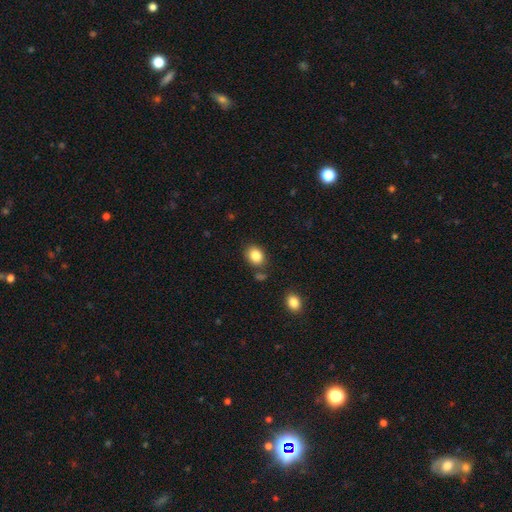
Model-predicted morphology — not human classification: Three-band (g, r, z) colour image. It shows a smooth galaxy with no disk features (86%) that is in between round and cigar-shaped (50%). Merging: none (80%).